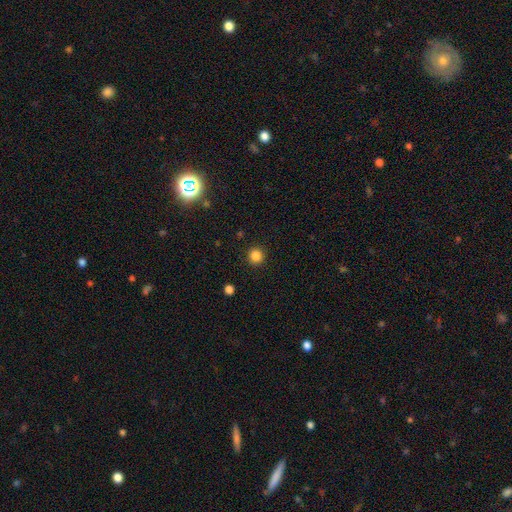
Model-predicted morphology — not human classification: Q: Smooth or featured?
A: smooth (85%); runner-up: star or artifact (11%)
Q: How rounded?
A: round (94%); runner-up: in between (5%)
Q: Merging?
A: none (92%); runner-up: minor disturbance (5%)